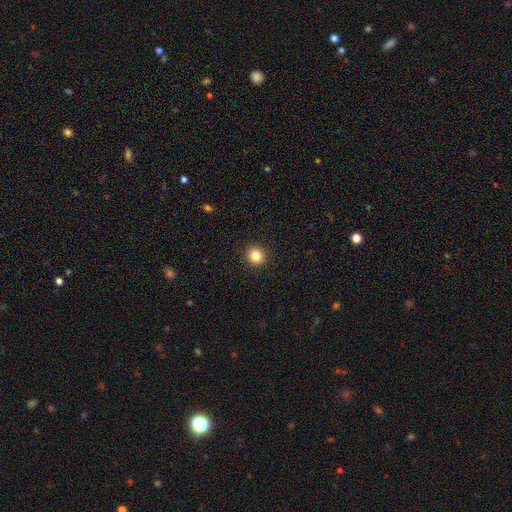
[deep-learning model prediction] Morphology: type=smooth (84%); roundness=round (90%); merging=none (93%).